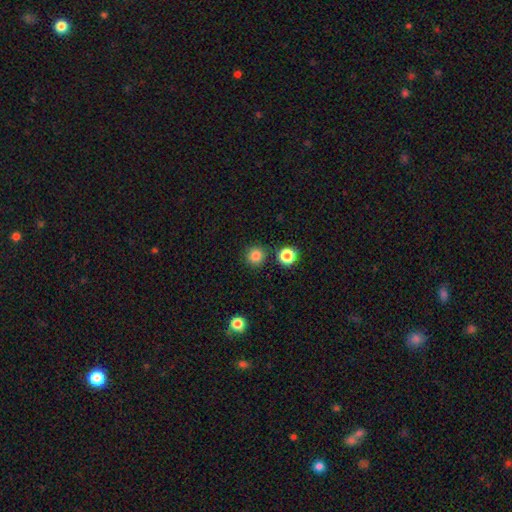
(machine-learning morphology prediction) Smooth or featured? smooth (84%)
How rounded? round (94%)
Merging? none (87%)